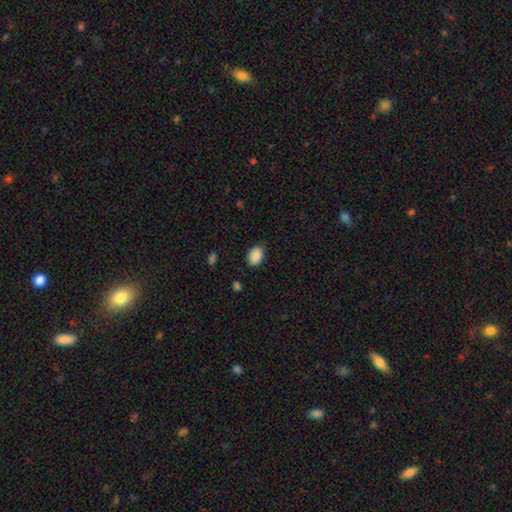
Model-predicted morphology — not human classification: Smooth or featured? Predicted: smooth (p=0.90). How rounded? Predicted: in between (p=0.82). Merging? Predicted: none (p=0.83).